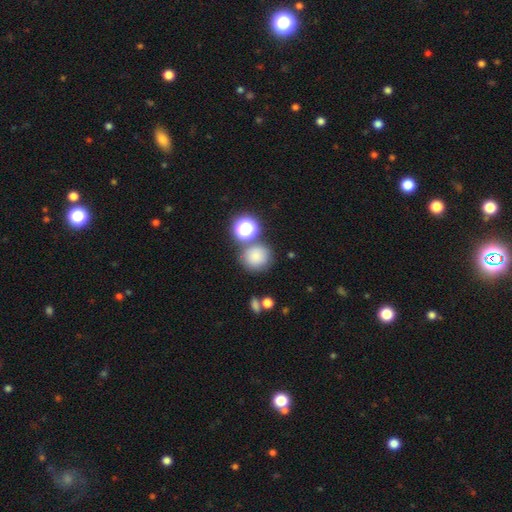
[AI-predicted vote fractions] Smooth or featured? smooth (78%)
How rounded? round (87%)
Merging? none (68%)